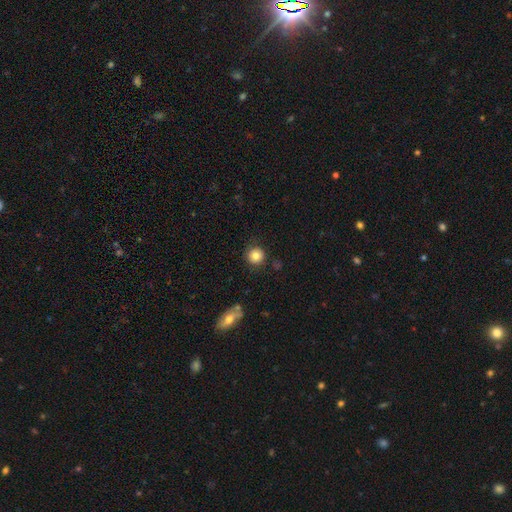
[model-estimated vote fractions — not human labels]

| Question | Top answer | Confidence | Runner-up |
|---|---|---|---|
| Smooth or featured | smooth | 82% | star or artifact (10%) |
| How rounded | round | 93% | in between (6%) |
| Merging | none | 86% | minor disturbance (9%) |